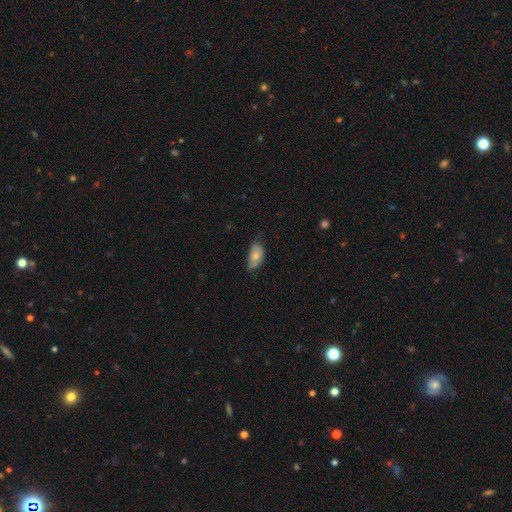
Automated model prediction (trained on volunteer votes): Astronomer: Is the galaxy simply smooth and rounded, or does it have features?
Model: smooth — 73%.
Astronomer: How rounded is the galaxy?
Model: in between — 92%.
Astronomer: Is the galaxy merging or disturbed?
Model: none — 48% (runner-up: minor disturbance, 41%).